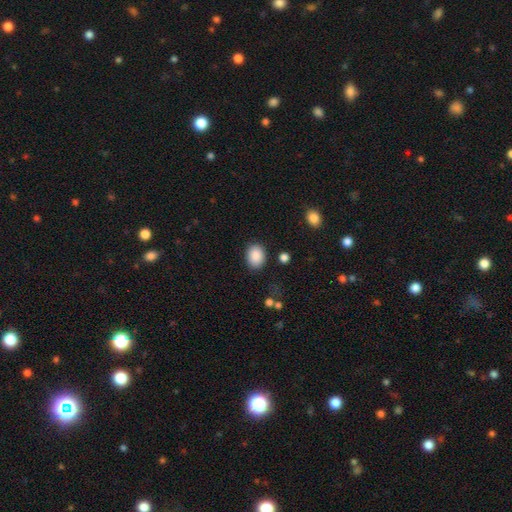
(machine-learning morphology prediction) Overall: smooth (89%). How rounded: in between (60%; round 39%). Merging: none (85%).